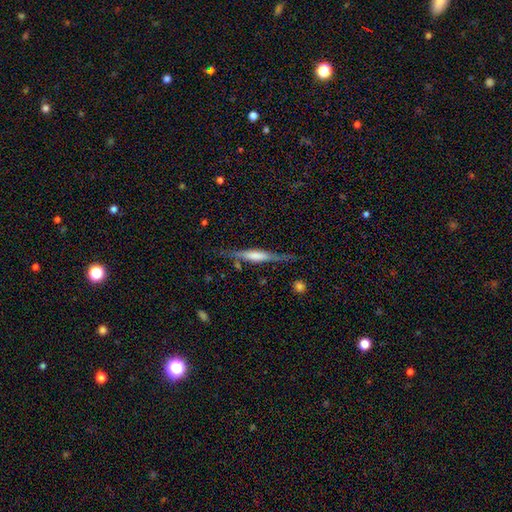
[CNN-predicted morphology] Smooth or featured?
  - featured or disk: 58% *
  - smooth: 36%
  - star or artifact: 6%
Edge-on disk?
  - yes: 94% *
  - no: 6%
Edge-on bulge?
  - boxy: 44% *
  - rounded: 34%
  - none: 22%
Merging?
  - none: 73% *
  - minor disturbance: 18%
  - major disturbance: 6%
  - merger: 3%